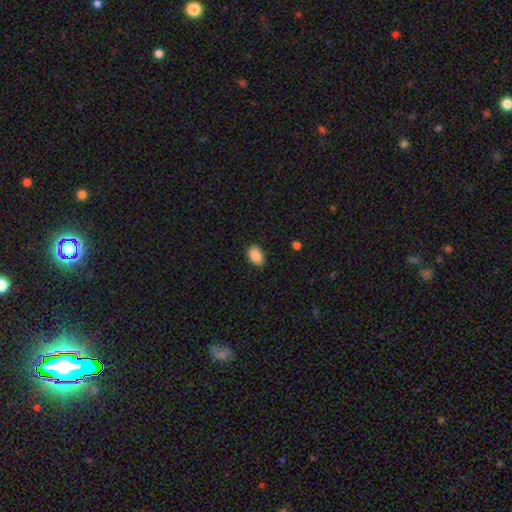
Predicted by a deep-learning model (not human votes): Smooth or featured? Predicted: smooth (p=0.89). How rounded? Predicted: in between (p=0.80). Merging? Predicted: none (p=0.83).